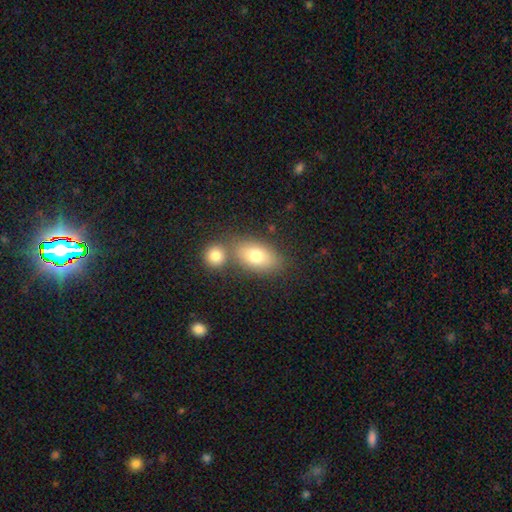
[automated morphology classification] smooth_or_featured: smooth (p=0.77) [alt: featured or disk p=0.14]
how_rounded: in between (p=0.86) [alt: round p=0.11]
merging: none (p=0.56) [alt: merger p=0.30]